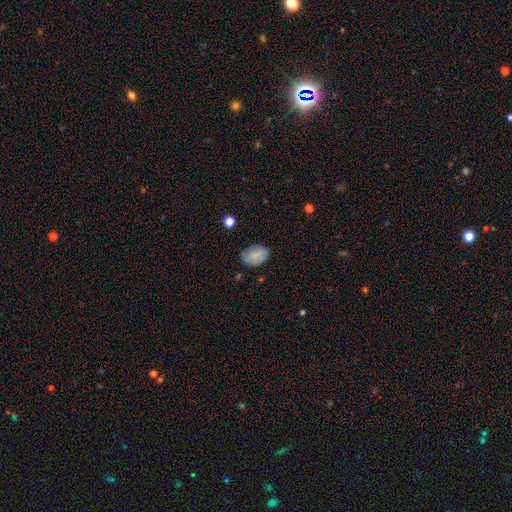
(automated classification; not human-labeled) The model was most divided on "merging": none: 72%, minor disturbance: 22%, major disturbance: 4%, merger: 1%. More confident: how rounded — in between (83%); smooth or featured — smooth (83%).